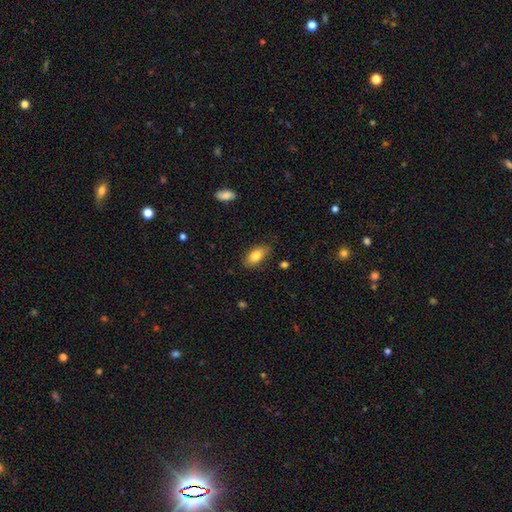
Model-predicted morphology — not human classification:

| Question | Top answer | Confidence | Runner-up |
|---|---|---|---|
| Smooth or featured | smooth | 81% | featured or disk (12%) |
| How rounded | in between | 90% | cigar-shaped (5%) |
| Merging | none | 81% | minor disturbance (15%) |